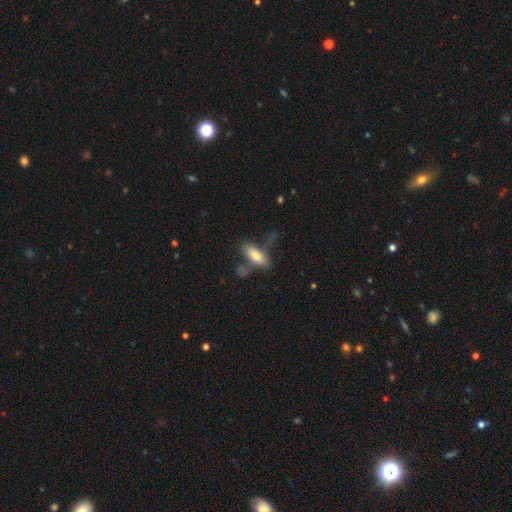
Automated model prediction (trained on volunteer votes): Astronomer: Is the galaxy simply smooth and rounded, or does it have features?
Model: smooth — 75%.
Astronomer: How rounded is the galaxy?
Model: in between — 75%.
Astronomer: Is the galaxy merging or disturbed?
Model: none — 54%.